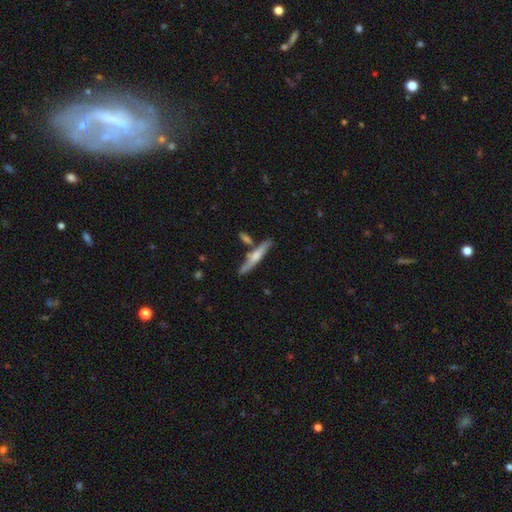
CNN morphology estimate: smooth_or_featured: smooth (p=0.48) [alt: featured or disk p=0.46]
merging: none (p=0.72) [alt: minor disturbance p=0.13]